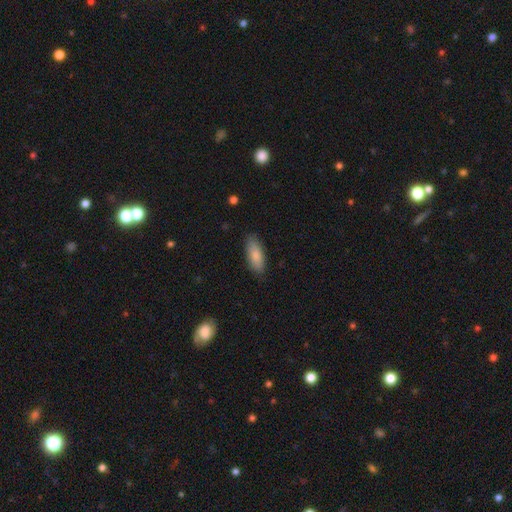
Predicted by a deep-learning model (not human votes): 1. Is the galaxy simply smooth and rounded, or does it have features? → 83% smooth, 11% featured or disk, 6% star or artifact.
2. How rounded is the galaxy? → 75% in between, 23% cigar-shaped, 2% round.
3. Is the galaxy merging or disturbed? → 85% none, 12% minor disturbance, 2% major disturbance, 1% merger.